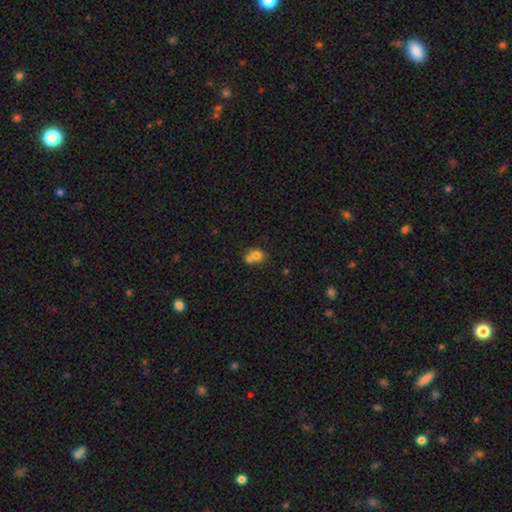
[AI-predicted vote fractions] Q: Smooth or featured?
A: smooth (75%); runner-up: featured or disk (14%)
Q: How rounded?
A: round (69%); runner-up: in between (30%)
Q: Merging?
A: merger (58%); runner-up: none (32%)